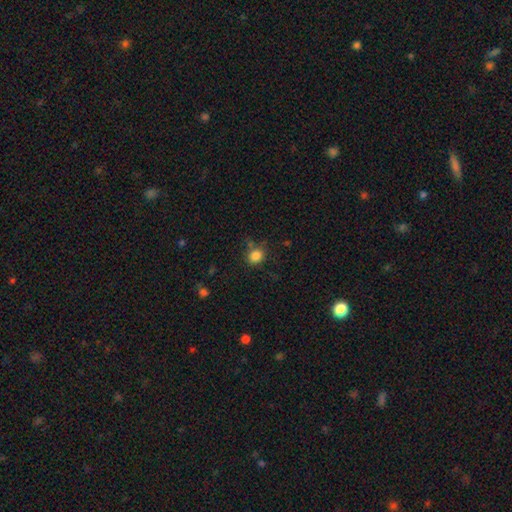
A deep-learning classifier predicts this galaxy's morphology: Smooth or featured? Predicted: smooth (p=0.84). How rounded? Predicted: round (p=0.69). Merging? Predicted: none (p=0.71).